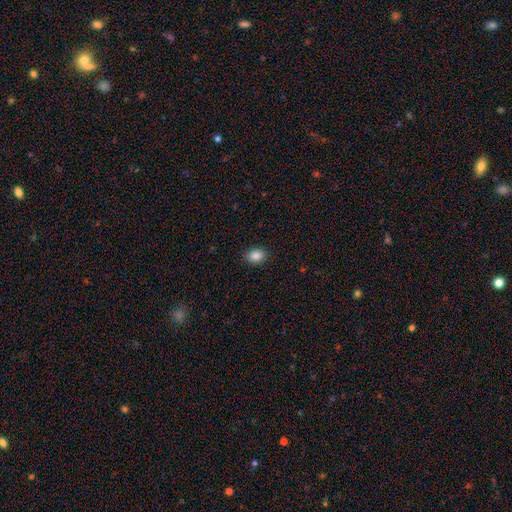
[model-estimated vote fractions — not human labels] This is clearly a smooth galaxy (86%). How rounded: possibly in between (59%). Merging: clearly none (90%).